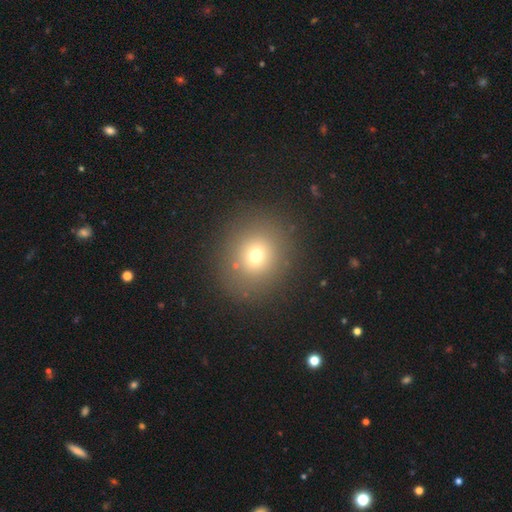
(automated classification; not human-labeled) Smooth or featured? Predicted: smooth (p=0.69). How rounded? Predicted: round (p=0.80). Merging? Predicted: none (p=0.86).